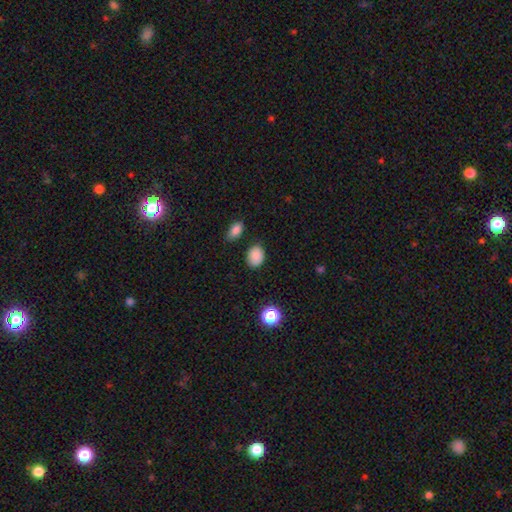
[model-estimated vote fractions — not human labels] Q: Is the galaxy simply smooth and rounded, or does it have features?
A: smooth — 87%.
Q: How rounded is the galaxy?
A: in between — 65%.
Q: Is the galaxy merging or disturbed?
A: none — 81%.